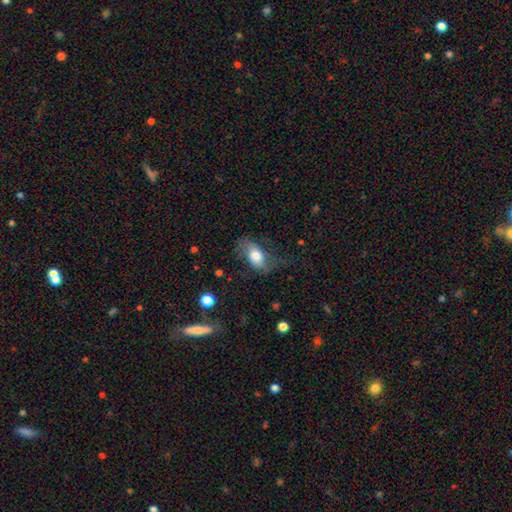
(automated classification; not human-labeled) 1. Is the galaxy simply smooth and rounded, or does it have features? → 62% smooth, 30% featured or disk, 8% star or artifact.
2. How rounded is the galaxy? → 87% in between, 8% round, 4% cigar-shaped.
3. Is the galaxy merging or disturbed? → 47% none, 26% minor disturbance, 24% major disturbance, 2% merger.